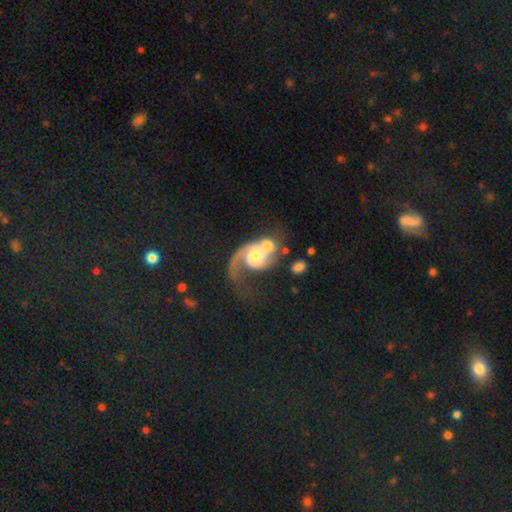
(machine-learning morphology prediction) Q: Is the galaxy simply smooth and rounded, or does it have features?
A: featured or disk — 78%.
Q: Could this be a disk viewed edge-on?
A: no — 97%.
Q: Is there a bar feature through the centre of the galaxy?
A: no — 65%.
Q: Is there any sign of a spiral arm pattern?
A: yes — 92%.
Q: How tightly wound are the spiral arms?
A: loose — 50%.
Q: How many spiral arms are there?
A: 1 — 62%.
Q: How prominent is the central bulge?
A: moderate — 58%.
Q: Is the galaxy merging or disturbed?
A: merger — 53%.